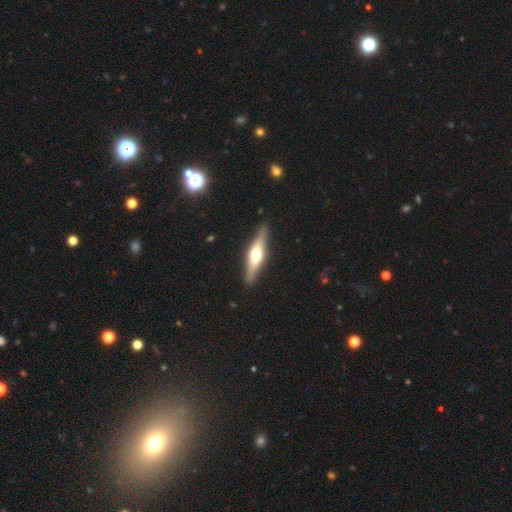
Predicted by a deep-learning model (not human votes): A featured or disk galaxy (66%) viewed edge-on (95%) with a rounded central bulge (93%). Merging: none (89%).